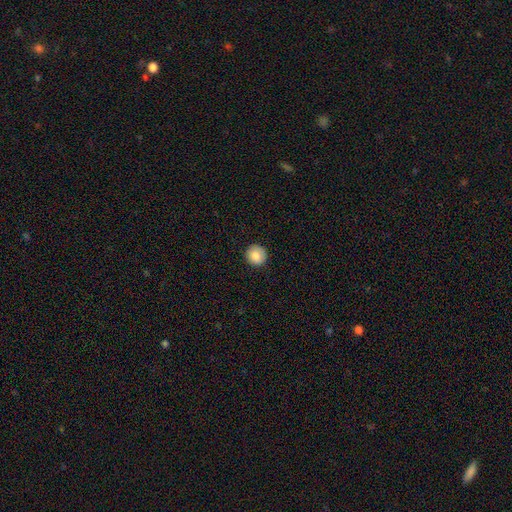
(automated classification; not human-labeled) Morphology: type=smooth (84%); roundness=round (93%); merging=none (91%).